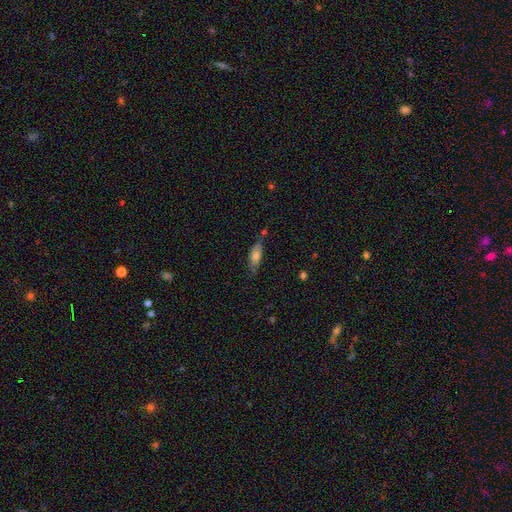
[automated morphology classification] A smooth galaxy with no disk features (67%) that is in between round and cigar-shaped (61%). Merging: none (62%).